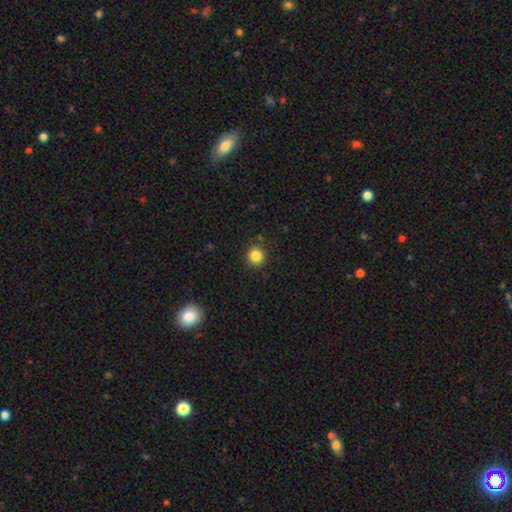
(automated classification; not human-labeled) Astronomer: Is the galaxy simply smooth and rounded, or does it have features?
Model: smooth — 84%.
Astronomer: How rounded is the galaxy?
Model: round — 92%.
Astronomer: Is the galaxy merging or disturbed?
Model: none — 90%.